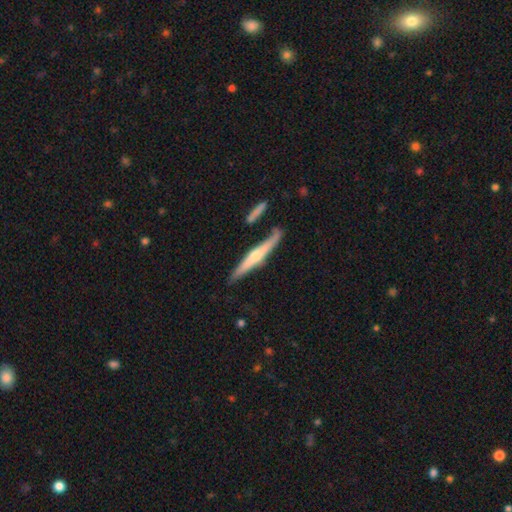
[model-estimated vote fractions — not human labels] smooth-or-featured: featured or disk: 61% | smooth: 33% | star or artifact: 5%
  disk-edge-on: yes: 96% | no: 4%
    edge-on-bulge: rounded: 77% | none: 15% | boxy: 9%
  merging: none: 76% | minor disturbance: 14% | merger: 7% | major disturbance: 3%